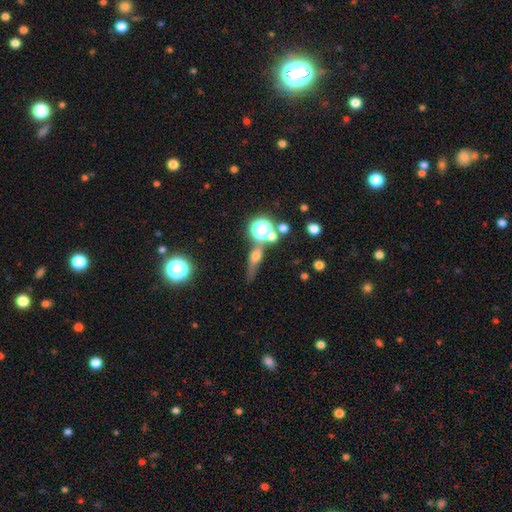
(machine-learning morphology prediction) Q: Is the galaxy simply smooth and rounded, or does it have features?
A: smooth — 43%.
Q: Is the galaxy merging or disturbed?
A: none — 57%.